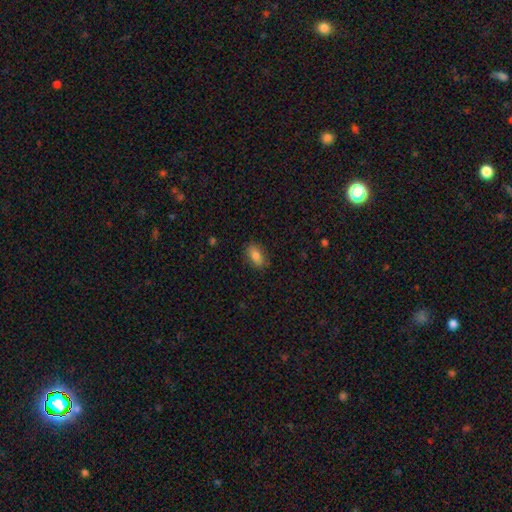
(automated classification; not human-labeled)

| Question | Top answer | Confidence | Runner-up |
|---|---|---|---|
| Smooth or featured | smooth | 83% | featured or disk (9%) |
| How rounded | in between | 89% | round (6%) |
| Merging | none | 86% | minor disturbance (10%) |